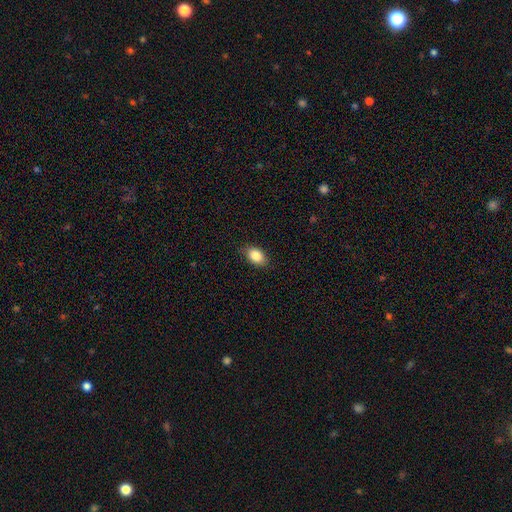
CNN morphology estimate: type=smooth (86%); roundness=in between (85%); merging=none (84%).